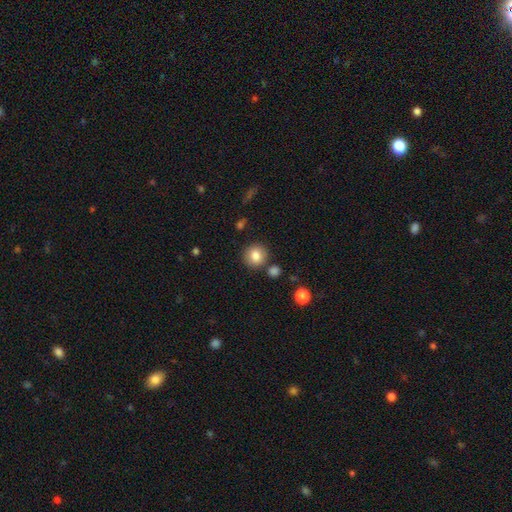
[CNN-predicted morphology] smooth 82%, star or artifact 10%, featured or disk 9%. Down the decision tree: how rounded — round (88%); merging — none (83%).